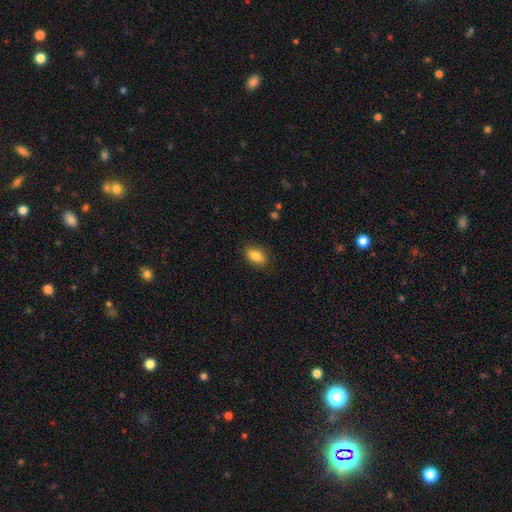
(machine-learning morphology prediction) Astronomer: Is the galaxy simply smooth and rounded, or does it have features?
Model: smooth — 81%.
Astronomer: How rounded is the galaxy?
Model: in between — 87%.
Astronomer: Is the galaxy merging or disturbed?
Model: none — 86%.